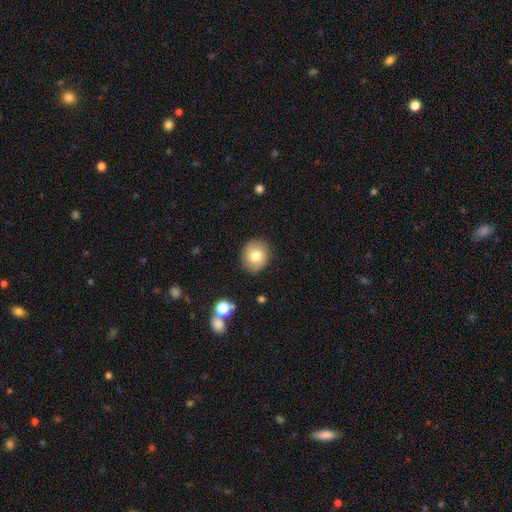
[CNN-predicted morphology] smooth_or_featured: smooth (p=0.78) [alt: featured or disk p=0.13]
how_rounded: round (p=0.75) [alt: in between p=0.24]
merging: none (p=0.88) [alt: minor disturbance p=0.08]